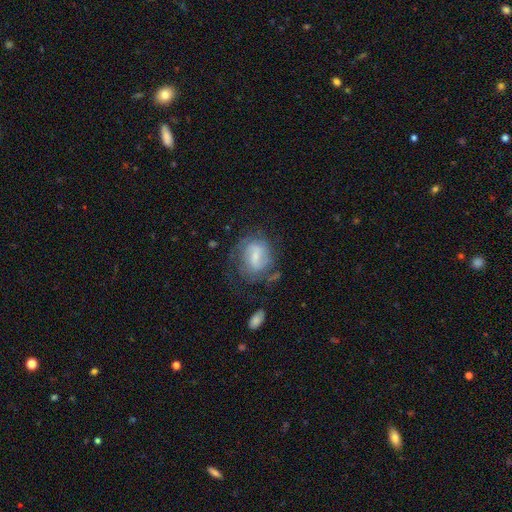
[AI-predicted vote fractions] This appears to be a featured or disk galaxy (59%) with a weak bar (54%), spiral arms (74%) and a small central bulge (49%). Merging: none (49%).